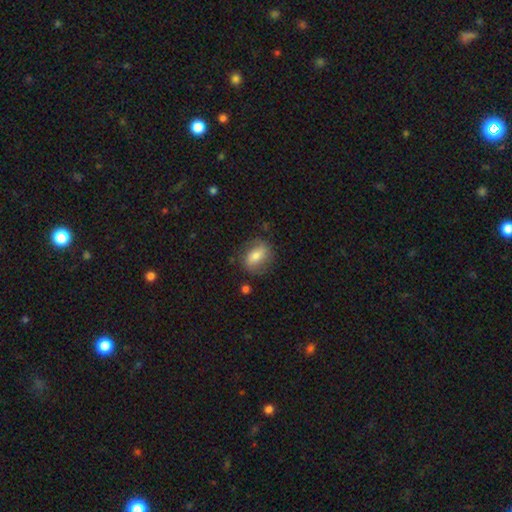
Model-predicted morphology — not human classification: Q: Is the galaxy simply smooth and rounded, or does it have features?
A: smooth — 58%.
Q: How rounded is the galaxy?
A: in between — 68%.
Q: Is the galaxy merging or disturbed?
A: none — 73%.